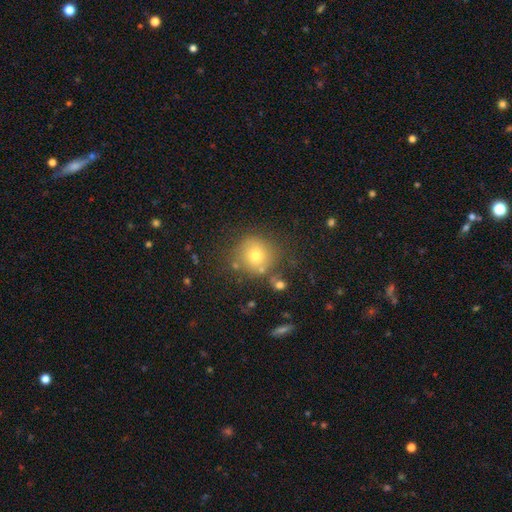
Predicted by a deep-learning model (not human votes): Morphology: type=smooth (71%); roundness=round (91%); merging=none (76%).